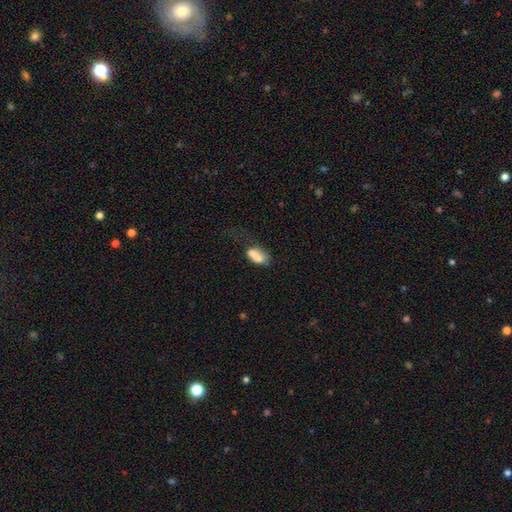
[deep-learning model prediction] Morphology: type=smooth (74%); roundness=in between (82%); merging=none (33%).